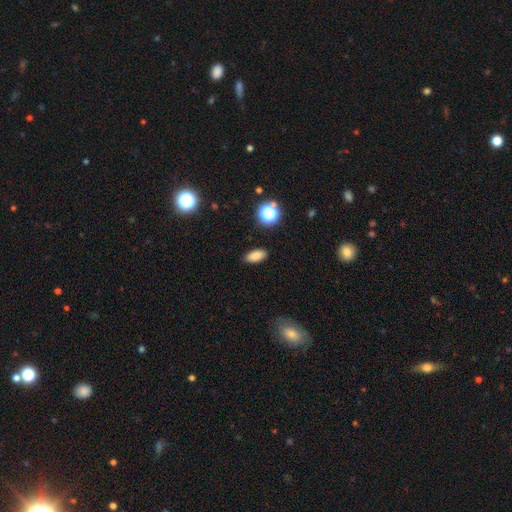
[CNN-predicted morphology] Overall: smooth (83%). How rounded: in between (86%). Merging: none (88%).